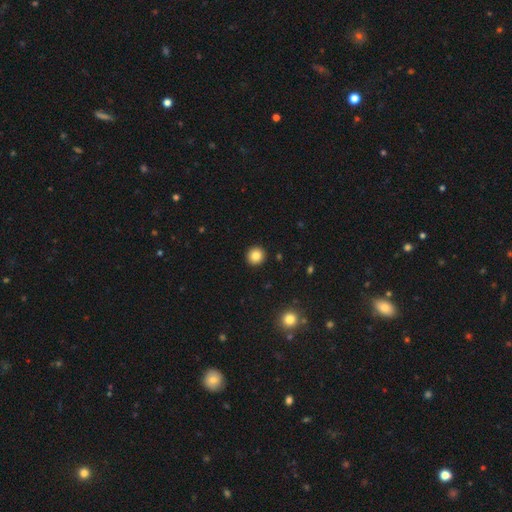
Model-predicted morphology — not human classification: This is clearly a smooth galaxy (84%). How rounded: clearly round (93%). Merging: clearly none (93%).